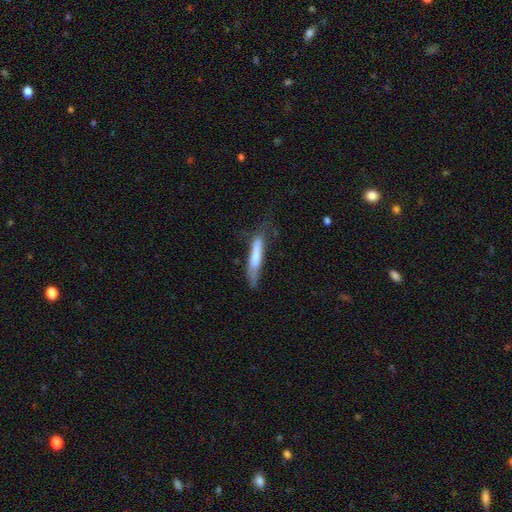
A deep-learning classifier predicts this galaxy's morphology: Smooth or featured: smooth — 70% (featured or disk — 24%)
How rounded: cigar-shaped — 88% (in between — 11%)
Merging: none — 52% (minor disturbance — 30%)